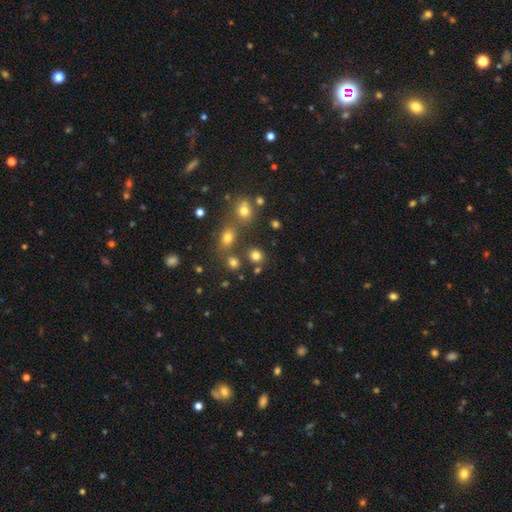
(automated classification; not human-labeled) A smooth galaxy with no disk features (78%) that is round (81%).

Vote fractions:
- Smooth or featured? smooth: 78% / star or artifact: 16% / featured or disk: 6%
- How rounded? round: 81% / in between: 18% / cigar-shaped: 1%
- Merging? none: 76% / merger: 12% / minor disturbance: 8% / major disturbance: 4%